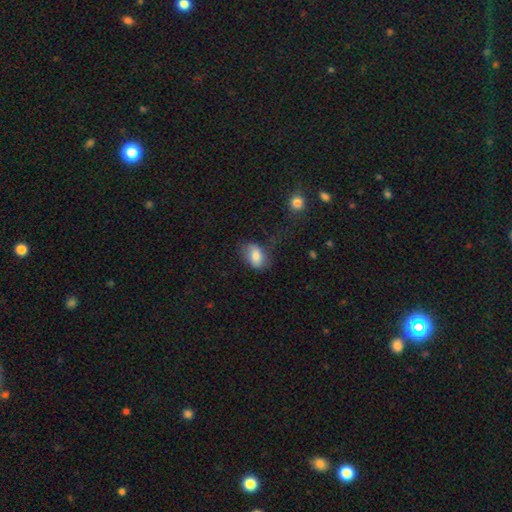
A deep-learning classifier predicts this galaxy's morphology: Smooth or featured? Predicted: smooth (p=0.79). How rounded? Predicted: in between (p=0.87). Merging? Predicted: none (p=0.55).